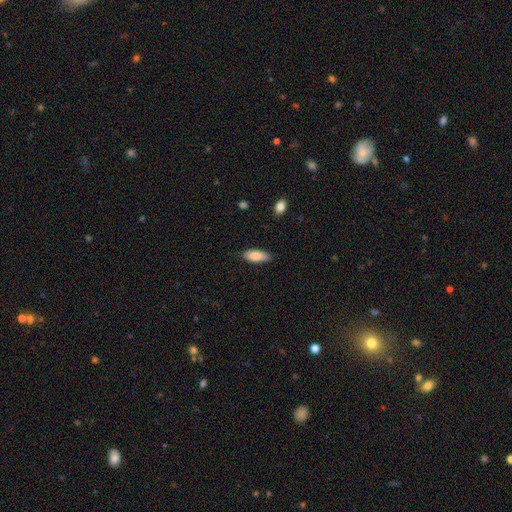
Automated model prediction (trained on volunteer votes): smooth_or_featured: smooth (p=0.83) [alt: featured or disk p=0.11]
how_rounded: in between (p=0.82) [alt: cigar-shaped p=0.17]
merging: none (p=0.81) [alt: minor disturbance p=0.15]